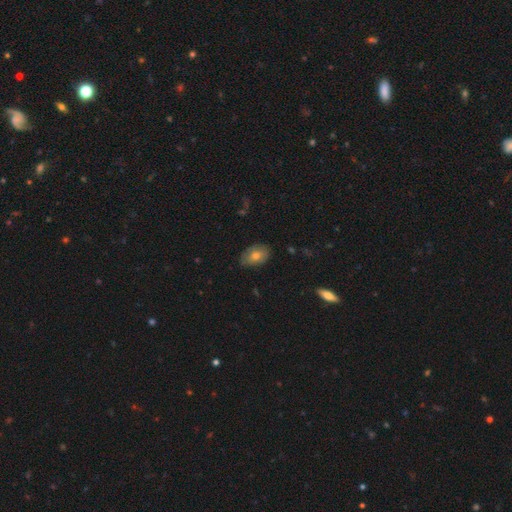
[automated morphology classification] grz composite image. It shows a smooth galaxy with no disk features (71%) that is in between round and cigar-shaped (90%). Merging: none (79%).